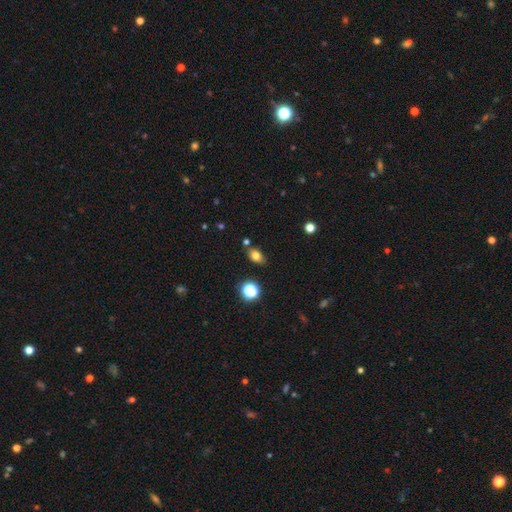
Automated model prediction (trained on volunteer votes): Smooth or featured? smooth (77%)
How rounded? in between (78%)
Merging? none (78%)